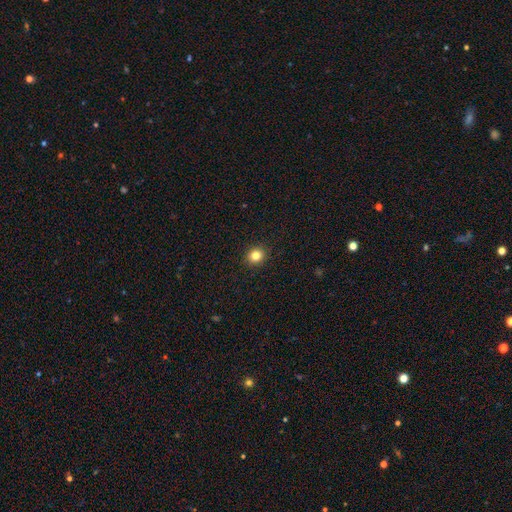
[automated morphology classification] Overall: smooth (83%). How rounded: round (84%). Merging: none (92%).